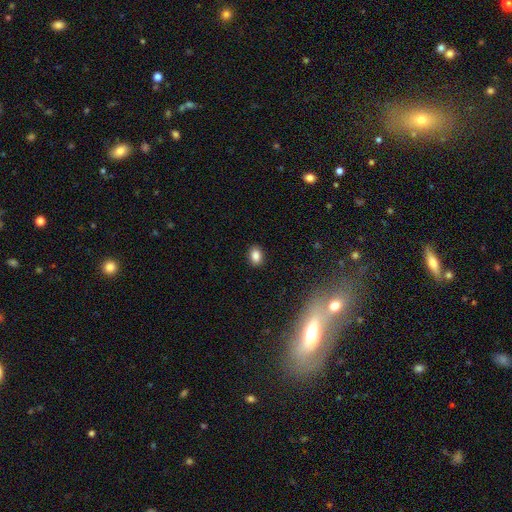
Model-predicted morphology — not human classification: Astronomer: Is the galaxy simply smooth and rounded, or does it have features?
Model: smooth — 85%.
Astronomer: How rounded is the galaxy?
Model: in between — 74%.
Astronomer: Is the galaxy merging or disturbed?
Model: none — 89%.